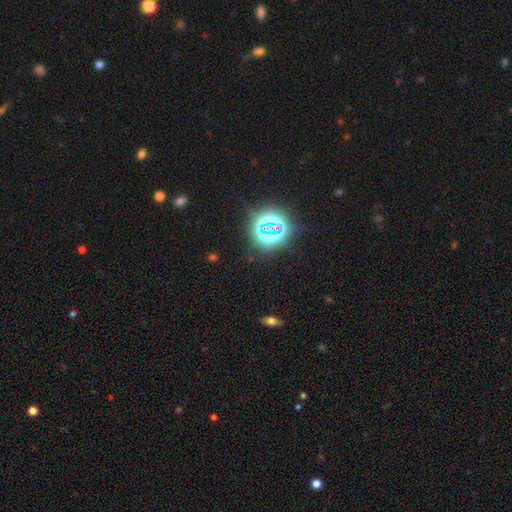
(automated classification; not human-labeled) A star or artifact, not a galaxy (79%).

Vote fractions:
- Smooth or featured? star or artifact: 79% / smooth: 13% / featured or disk: 7%